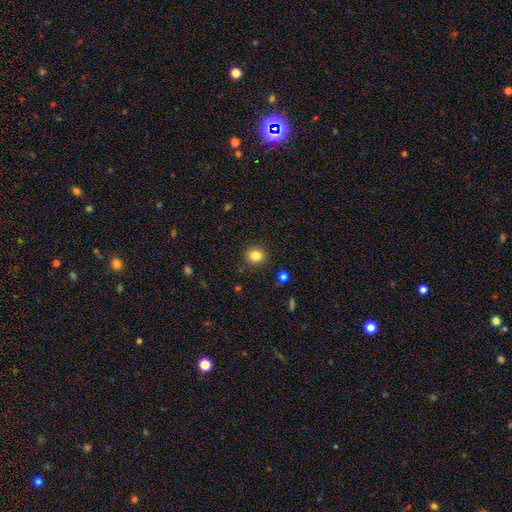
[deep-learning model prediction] smooth 83%, star or artifact 12%, featured or disk 6%. Down the decision tree: how rounded — round (86%); merging — none (90%).